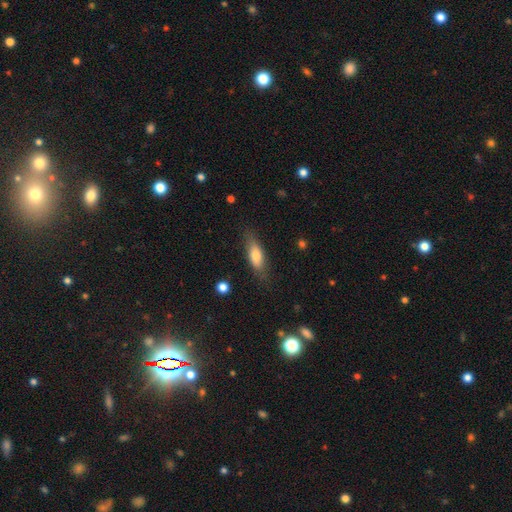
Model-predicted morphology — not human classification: A smooth galaxy with no disk features (74%) that is in between round and cigar-shaped (63%). Merging: none (77%).